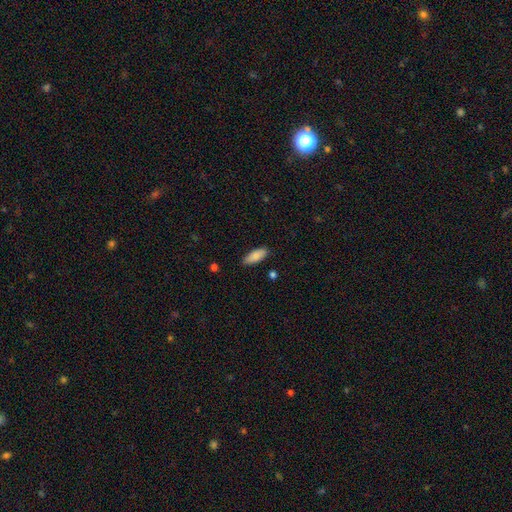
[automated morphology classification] This appears to be a smooth galaxy with no disk features (87%) that is in between round and cigar-shaped (76%). Merging: none (86%).